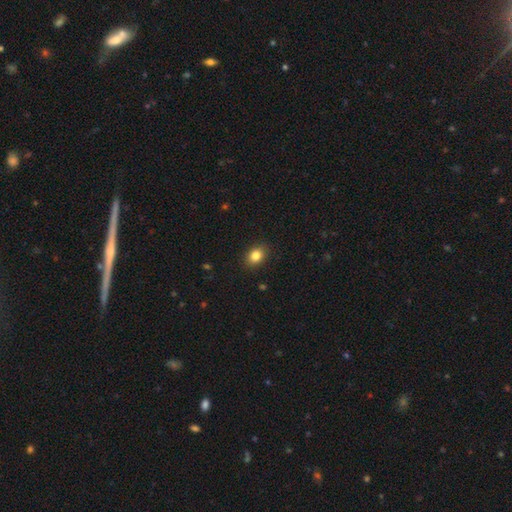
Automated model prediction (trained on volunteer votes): The model was most divided on "how rounded": in between: 66%, round: 33%, cigar-shaped: 1%. More confident: merging — none (89%); smooth or featured — smooth (84%).